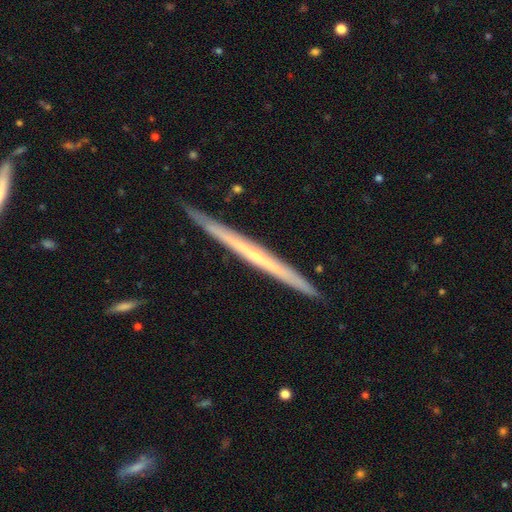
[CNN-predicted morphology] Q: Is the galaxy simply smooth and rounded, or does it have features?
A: featured or disk — 73%.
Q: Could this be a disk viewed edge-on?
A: yes — 97%.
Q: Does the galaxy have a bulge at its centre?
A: none — 60%.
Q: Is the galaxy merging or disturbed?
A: none — 89%.